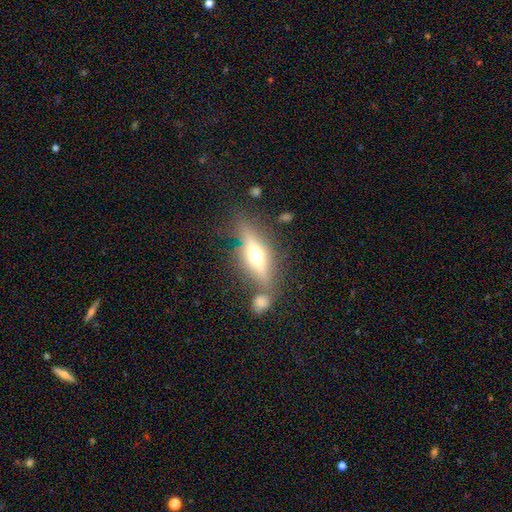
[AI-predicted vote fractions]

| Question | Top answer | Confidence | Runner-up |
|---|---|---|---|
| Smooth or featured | featured or disk | 67% | smooth (26%) |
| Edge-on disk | yes | 90% | no (10%) |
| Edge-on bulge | rounded | 94% | boxy (3%) |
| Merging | none | 68% | minor disturbance (14%) |